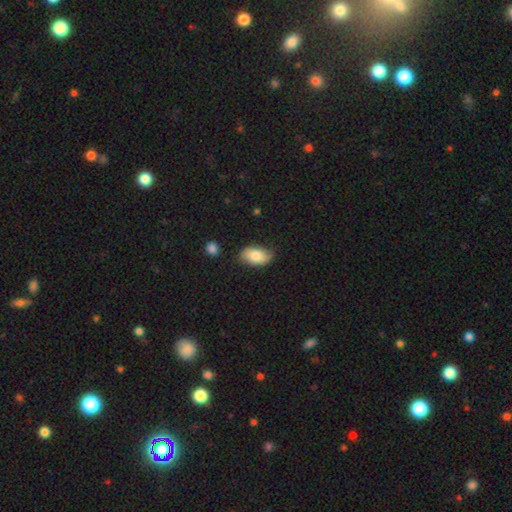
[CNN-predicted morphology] smooth_or_featured: smooth (p=0.76) [alt: featured or disk p=0.18]
how_rounded: in between (p=0.93) [alt: round p=0.05]
merging: none (p=0.72) [alt: minor disturbance p=0.21]